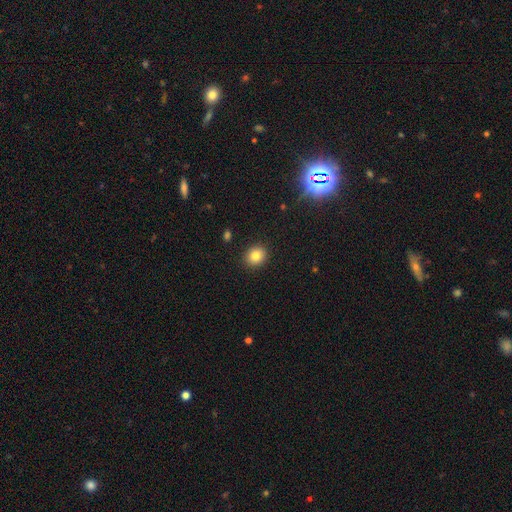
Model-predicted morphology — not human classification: This appears to be a smooth galaxy with no disk features (83%) that is round (71%). Merging: none (90%).